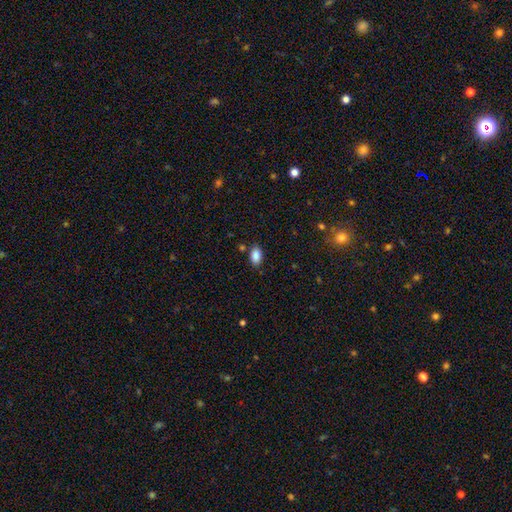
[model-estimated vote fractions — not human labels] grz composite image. It shows a smooth galaxy with no disk features (88%) that is in between round and cigar-shaped (92%). Merging: none (83%).